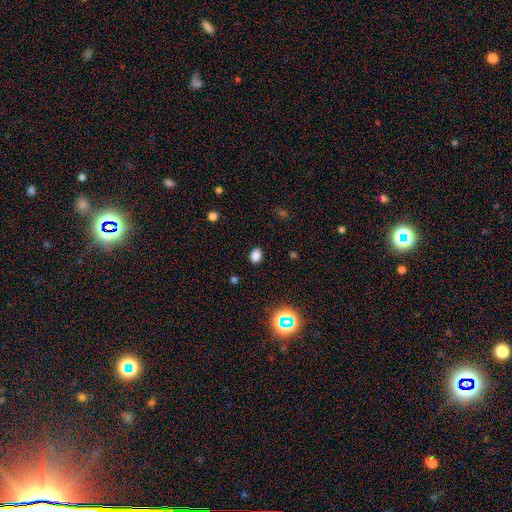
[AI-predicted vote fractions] Smooth or featured? Predicted: smooth (p=0.81). How rounded? Predicted: in between (p=0.75). Merging? Predicted: none (p=0.87).